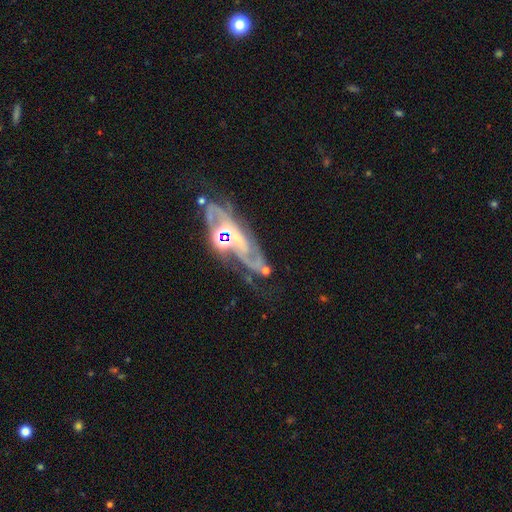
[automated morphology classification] featured or disk 84%, star or artifact 9%, smooth 7%. Down the decision tree: edge-on disk — no (87%); bar — no (39%); spiral arms — yes (94%); spiral arm count — 2 (52%); spiral winding — medium (44%); bulge size — small (49%); merging — none (53%).